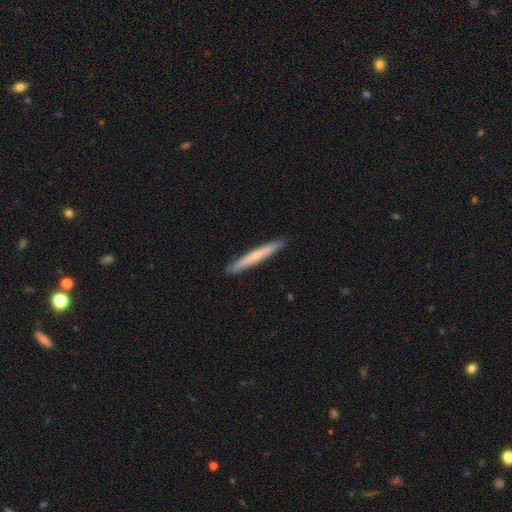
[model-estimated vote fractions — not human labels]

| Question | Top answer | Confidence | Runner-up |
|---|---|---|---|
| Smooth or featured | smooth | 57% | featured or disk (37%) |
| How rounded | cigar-shaped | 97% | in between (2%) |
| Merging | none | 92% | minor disturbance (6%) |